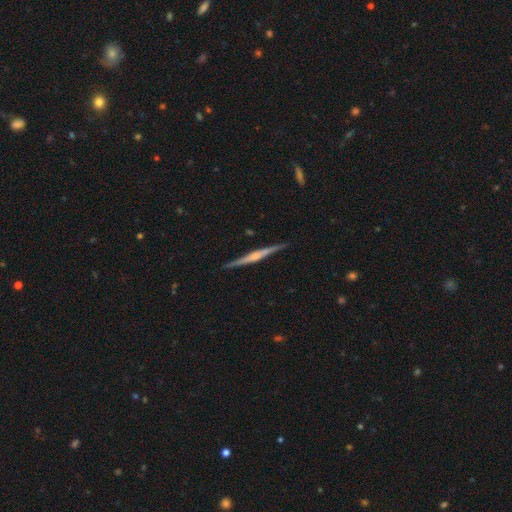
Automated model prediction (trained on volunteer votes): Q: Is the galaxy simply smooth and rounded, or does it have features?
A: featured or disk — 76%.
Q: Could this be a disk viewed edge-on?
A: yes — 98%.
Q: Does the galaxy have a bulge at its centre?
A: rounded — 60%.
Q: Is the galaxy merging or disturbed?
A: none — 90%.